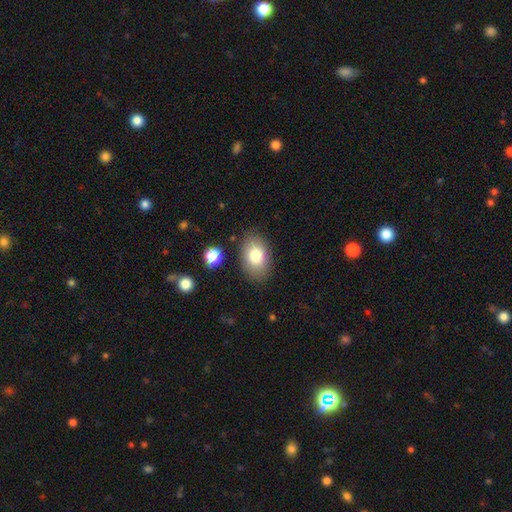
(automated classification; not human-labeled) The model was most divided on "smooth or featured": smooth: 81%, featured or disk: 11%, star or artifact: 8%. More confident: how rounded — in between (86%); merging — none (83%).